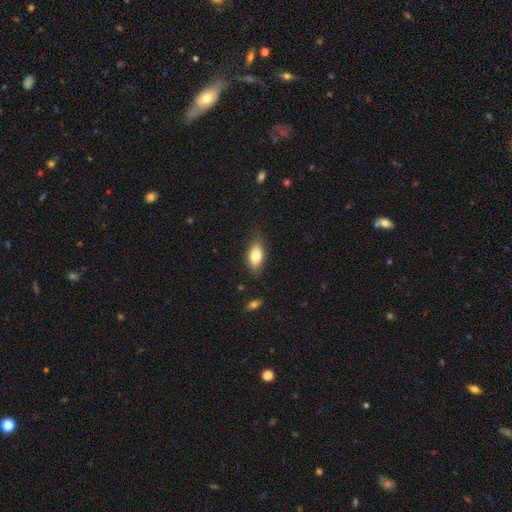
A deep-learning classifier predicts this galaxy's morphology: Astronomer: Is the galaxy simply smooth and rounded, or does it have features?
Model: smooth — 82%.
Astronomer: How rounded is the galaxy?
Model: in between — 89%.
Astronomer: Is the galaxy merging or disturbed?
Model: none — 78%.